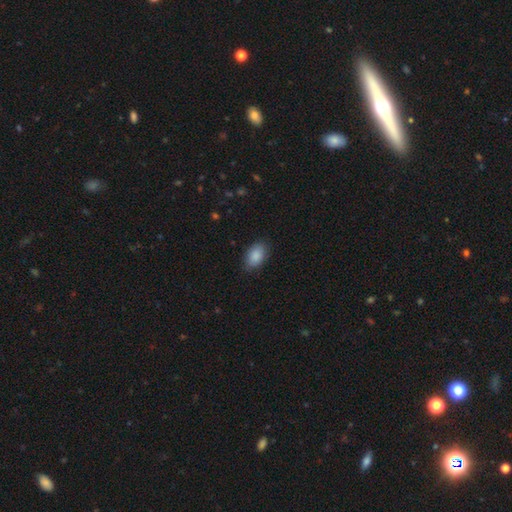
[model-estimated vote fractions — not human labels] smooth 88%, star or artifact 7%, featured or disk 5%. Down the decision tree: how rounded — in between (91%); merging — none (84%).